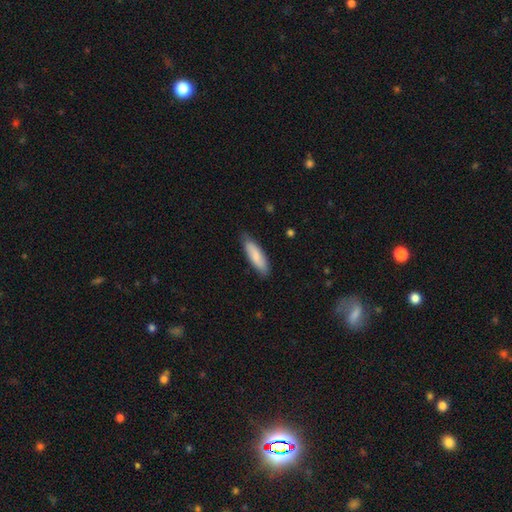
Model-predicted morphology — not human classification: Smooth or featured? Predicted: smooth (p=0.81). How rounded? Predicted: cigar-shaped (p=0.56). Merging? Predicted: none (p=0.82).